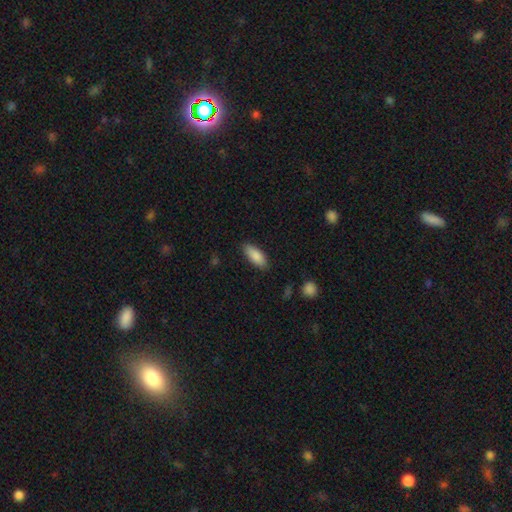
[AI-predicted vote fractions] The model was most divided on "how rounded": in between: 79%, cigar-shaped: 19%, round: 2%. More confident: smooth or featured — smooth (87%); merging — none (85%).